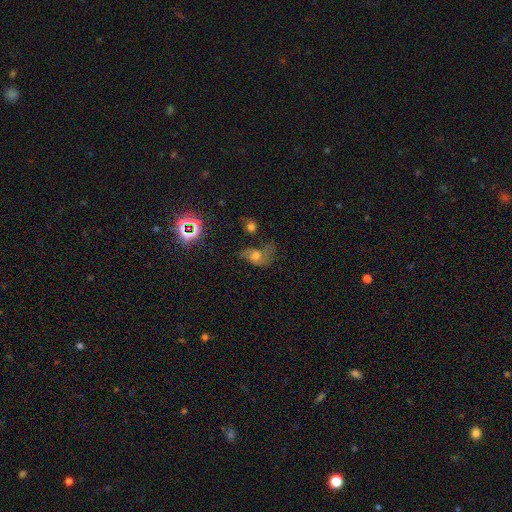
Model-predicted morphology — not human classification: smooth_or_featured: smooth (p=0.47) [alt: featured or disk p=0.35]
merging: major disturbance (p=0.36) [alt: none p=0.29]